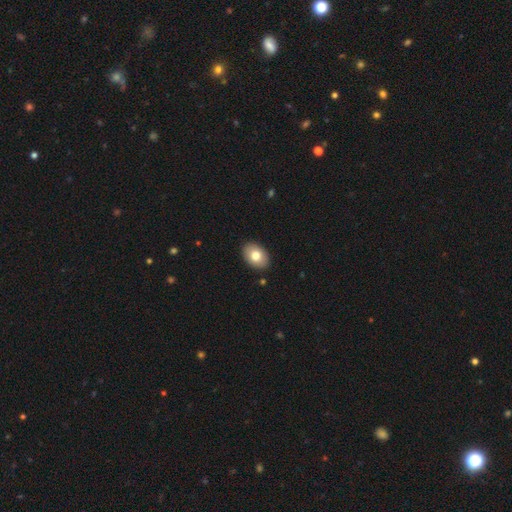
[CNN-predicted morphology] smooth-or-featured: smooth: 79% | featured or disk: 14% | star or artifact: 7%
  how-rounded: in between: 82% | round: 17% | cigar-shaped: 1%
  merging: none: 90% | minor disturbance: 7% | major disturbance: 2% | merger: 1%